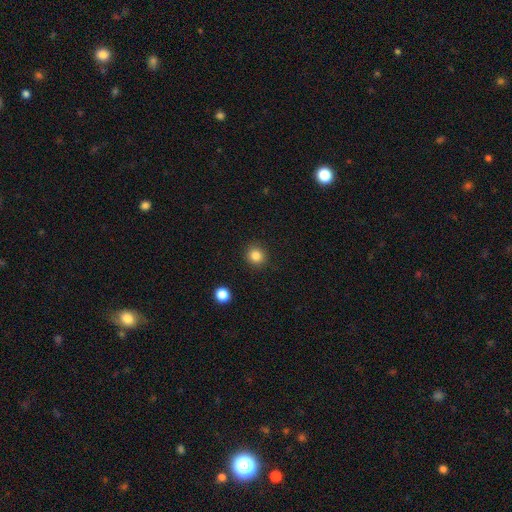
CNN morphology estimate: A smooth galaxy with no disk features (84%) that is round (90%). Merging: none (91%).